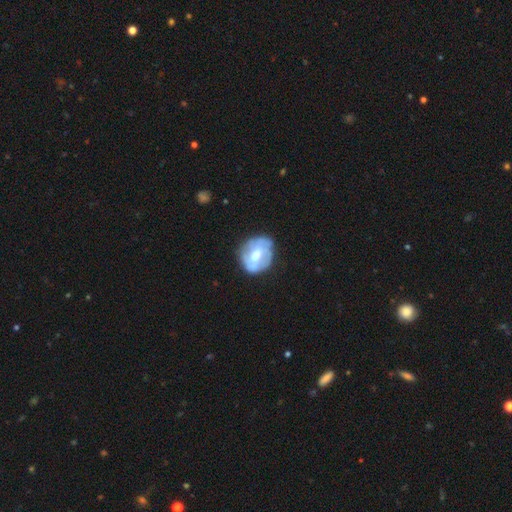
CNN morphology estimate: type=featured or disk (57%); edge-on=no (97%); bar=weak (46%); spiral arms=yes (54%); bulge=moderate (66%); merging=none (62%).